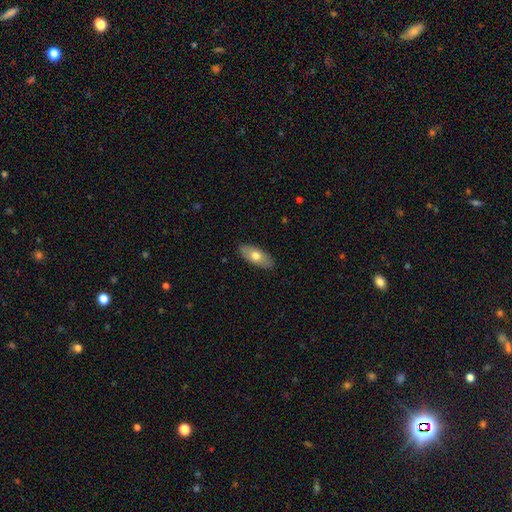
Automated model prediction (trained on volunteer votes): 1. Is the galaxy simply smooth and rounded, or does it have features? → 66% smooth, 29% featured or disk, 5% star or artifact.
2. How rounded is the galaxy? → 86% in between, 11% cigar-shaped, 3% round.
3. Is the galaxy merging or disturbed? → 87% none, 10% minor disturbance, 2% major disturbance, 1% merger.